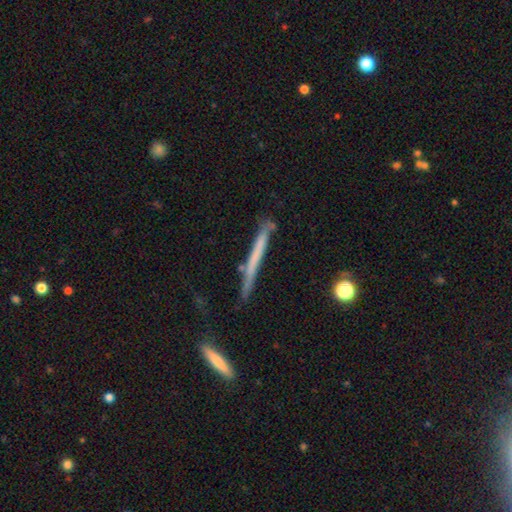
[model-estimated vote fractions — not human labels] A smooth galaxy with no disk features (47%).

Vote fractions:
- Smooth or featured? smooth: 47% / featured or disk: 46% / star or artifact: 7%
- Merging? none: 74% / minor disturbance: 18% / merger: 4% / major disturbance: 4%